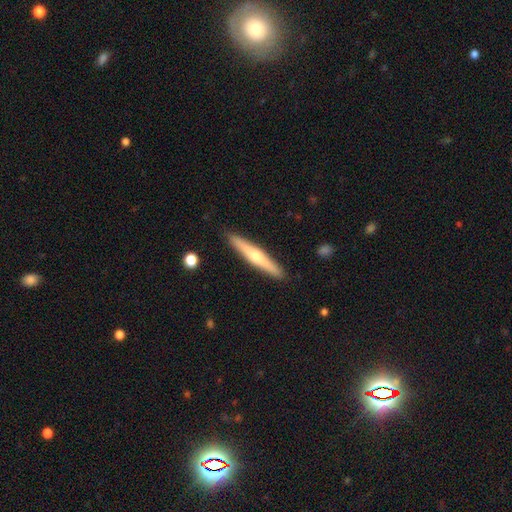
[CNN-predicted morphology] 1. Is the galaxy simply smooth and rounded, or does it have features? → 55% featured or disk, 40% smooth, 5% star or artifact.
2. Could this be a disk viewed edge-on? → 96% yes, 4% no.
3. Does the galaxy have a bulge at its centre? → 84% rounded, 13% none, 3% boxy.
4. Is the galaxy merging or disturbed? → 91% none, 7% minor disturbance, 1% major disturbance, 1% merger.